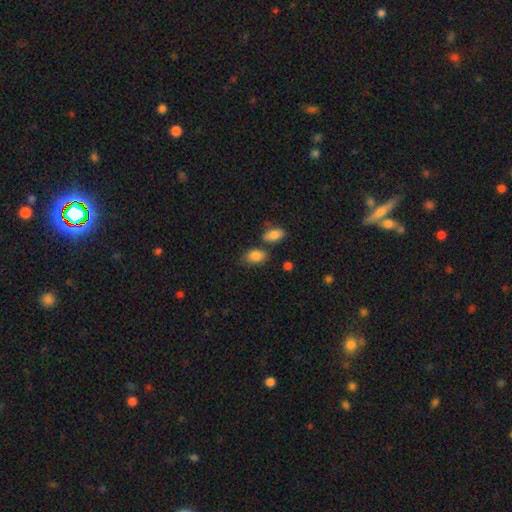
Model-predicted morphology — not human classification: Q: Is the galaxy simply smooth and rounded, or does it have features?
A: smooth — 86%.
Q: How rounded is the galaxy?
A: in between — 85%.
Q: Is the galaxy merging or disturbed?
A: none — 64%.